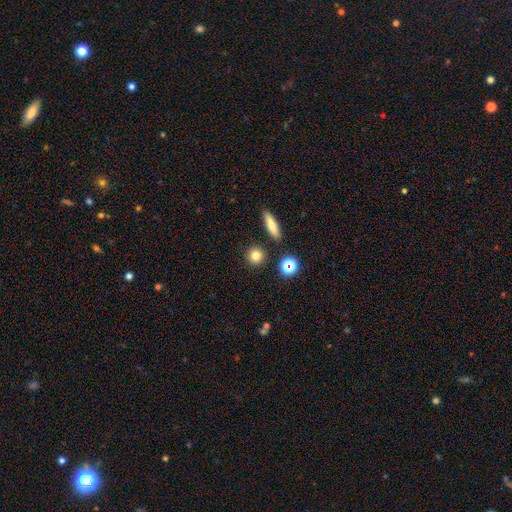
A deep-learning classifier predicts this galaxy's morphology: Smooth or featured? smooth (78%)
How rounded? round (89%)
Merging? none (88%)